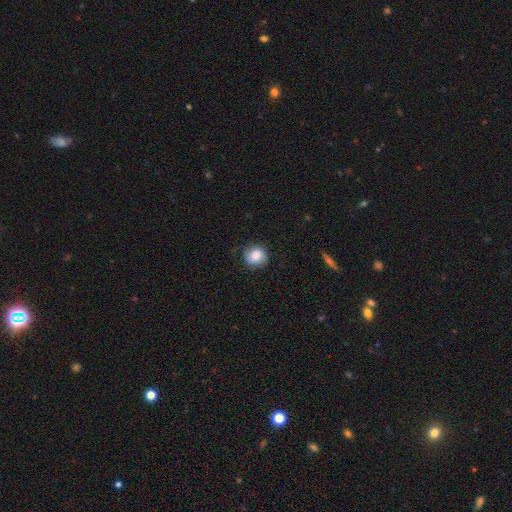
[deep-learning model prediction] smooth 80%, featured or disk 12%, star or artifact 8%. Down the decision tree: how rounded — round (83%); merging — none (78%).